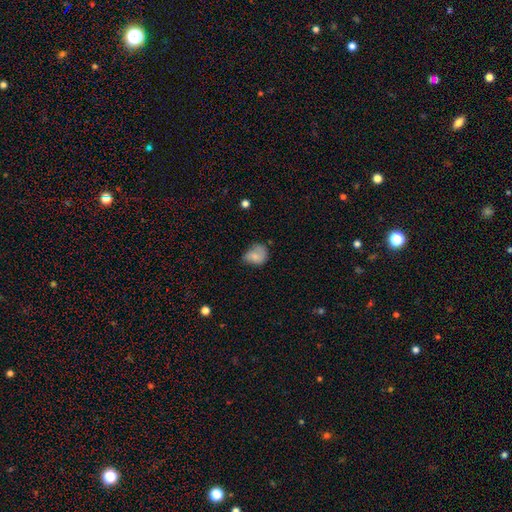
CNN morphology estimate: A smooth galaxy with no disk features (75%) that is in between round and cigar-shaped (52%).

Vote fractions:
- Smooth or featured? smooth: 75% / featured or disk: 16% / star or artifact: 9%
- How rounded? in between: 52% / round: 47% / cigar-shaped: 1%
- Merging? none: 42% / minor disturbance: 39% / major disturbance: 15% / merger: 3%